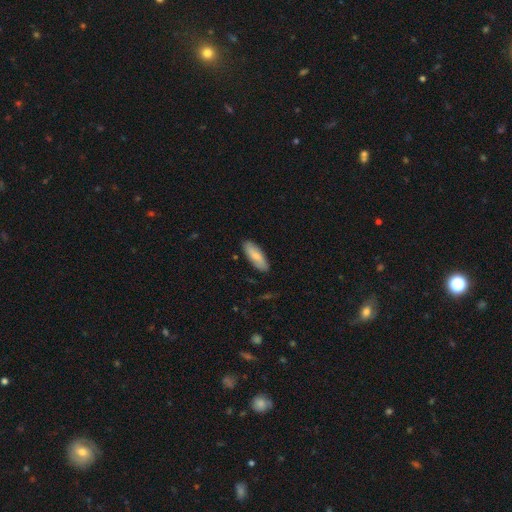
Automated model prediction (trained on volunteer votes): Morphology: type=smooth (78%); roundness=in between (62%); merging=none (88%).